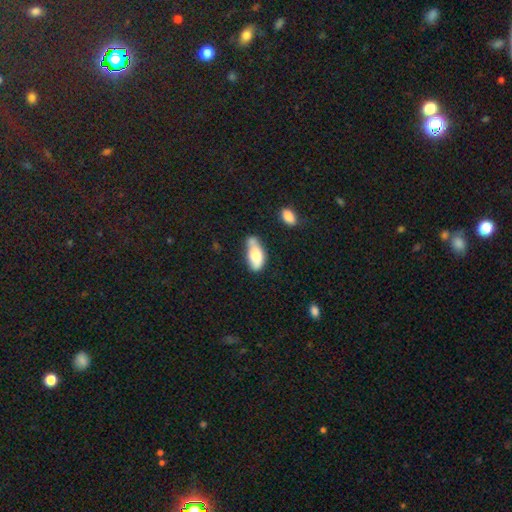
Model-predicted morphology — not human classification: smooth 70%, featured or disk 23%, star or artifact 7%. Down the decision tree: how rounded — in between (86%); merging — none (35%).